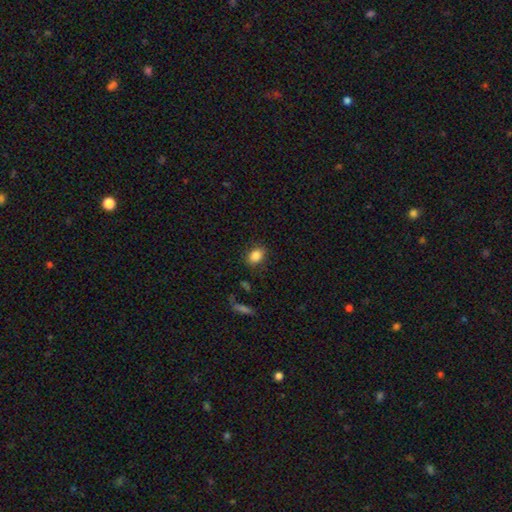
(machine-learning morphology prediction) Overall: smooth (85%). How rounded: in between (64%; round 35%). Merging: none (83%).